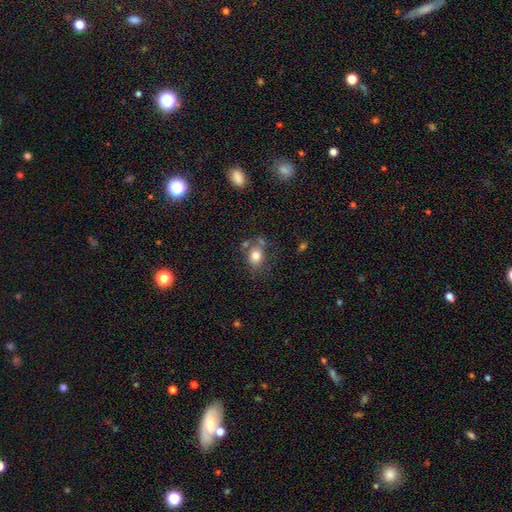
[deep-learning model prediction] The model was most divided on "how rounded": round: 58%, in between: 41%, cigar-shaped: 1%. More confident: smooth or featured — smooth (79%); merging — none (60%).